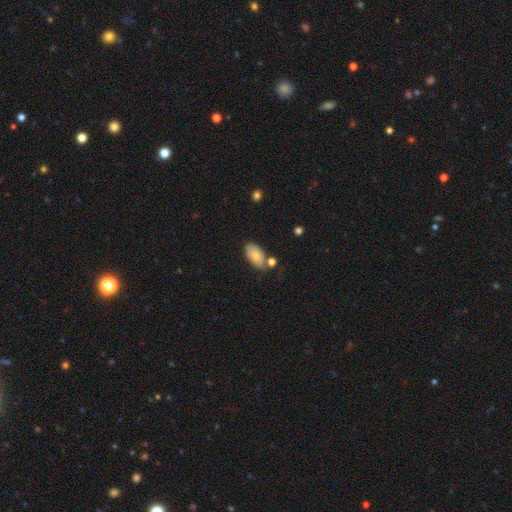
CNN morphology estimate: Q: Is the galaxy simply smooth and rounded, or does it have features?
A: smooth — 79%.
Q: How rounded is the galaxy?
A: in between — 94%.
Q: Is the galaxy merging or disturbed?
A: none — 68%.